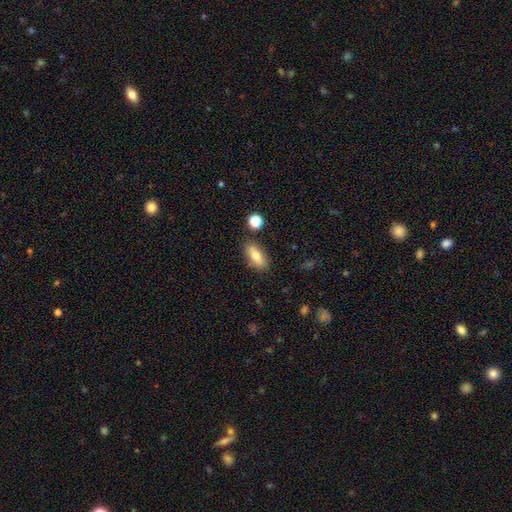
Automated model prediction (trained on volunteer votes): Smooth or featured? Predicted: smooth (p=0.73). How rounded? Predicted: in between (p=0.75). Merging? Predicted: none (p=0.83).